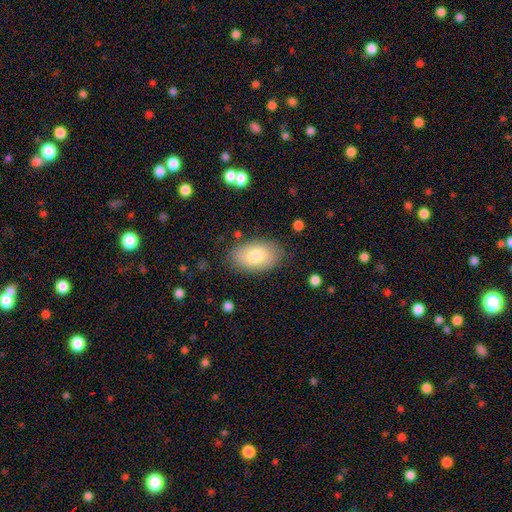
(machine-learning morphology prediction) type=smooth (79%); roundness=in between (93%); merging=none (82%).